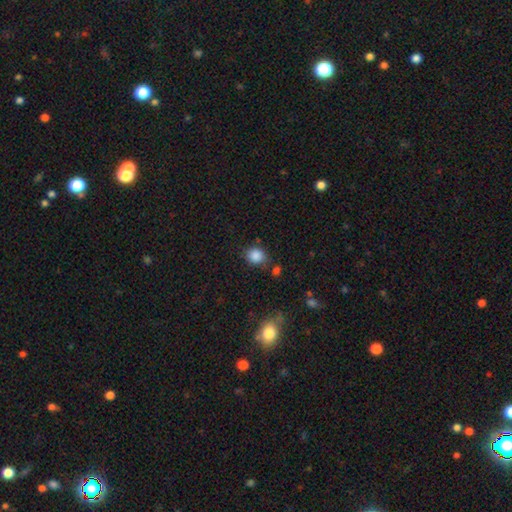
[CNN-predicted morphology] smooth_or_featured: smooth (p=0.86) [alt: star or artifact p=0.10]
how_rounded: round (p=0.69) [alt: in between p=0.30]
merging: none (p=0.74) [alt: minor disturbance p=0.15]